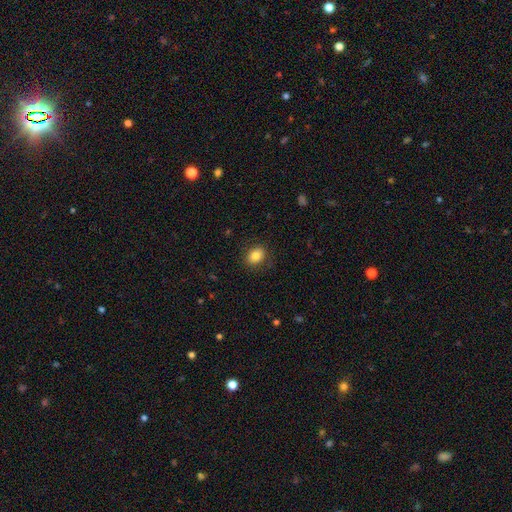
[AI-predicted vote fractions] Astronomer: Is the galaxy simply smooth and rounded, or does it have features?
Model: smooth — 82%.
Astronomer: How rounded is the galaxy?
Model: in between — 58% (runner-up: round, 41%).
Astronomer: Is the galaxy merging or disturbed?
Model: none — 85%.